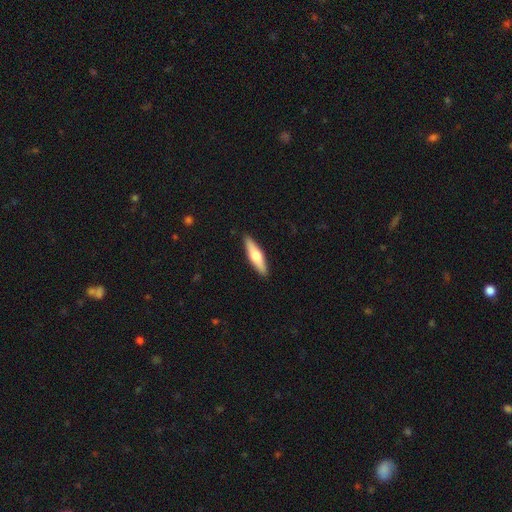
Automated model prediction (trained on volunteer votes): Q: Smooth or featured?
A: smooth (54%); runner-up: featured or disk (41%)
Q: How rounded?
A: cigar-shaped (69%); runner-up: in between (29%)
Q: Merging?
A: none (90%); runner-up: minor disturbance (7%)